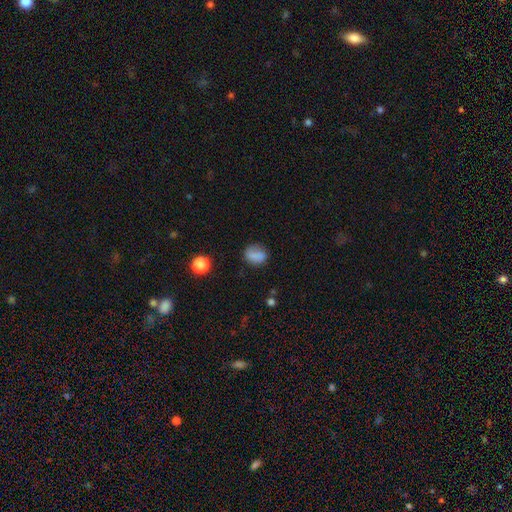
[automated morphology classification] Smooth or featured? smooth (78%)
How rounded? round (51%)
Merging? none (69%)